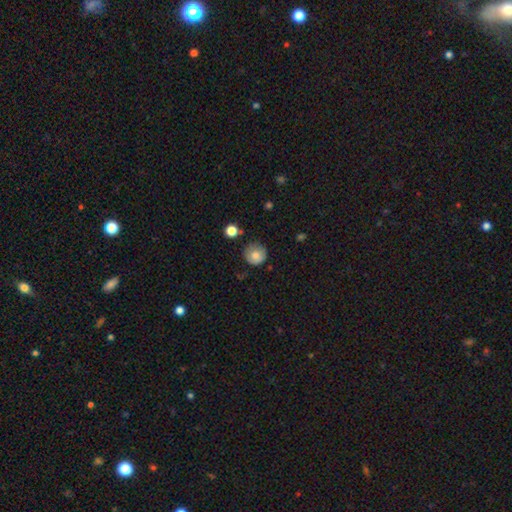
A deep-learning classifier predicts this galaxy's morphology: This appears to be a smooth galaxy with no disk features (75%) that is round (92%). Merging: none (72%).